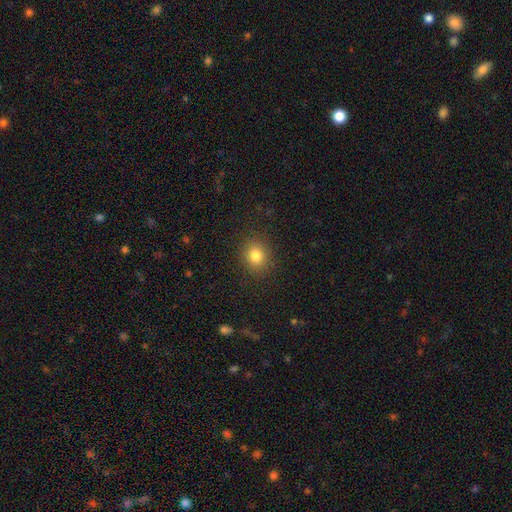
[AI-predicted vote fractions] This appears to be a smooth galaxy with no disk features (81%) that is round (69%). Merging: none (88%).